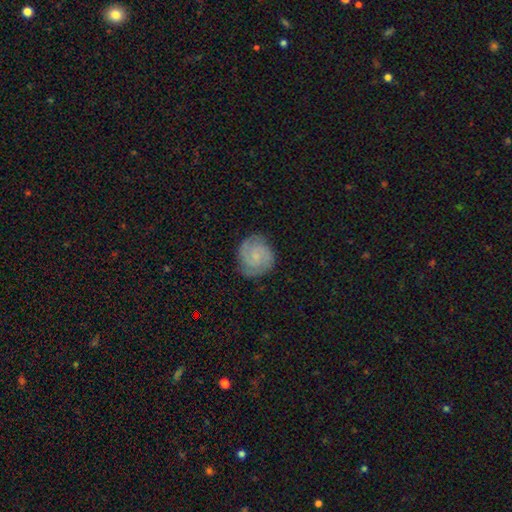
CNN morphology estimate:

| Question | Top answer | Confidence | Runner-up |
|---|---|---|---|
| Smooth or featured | featured or disk | 71% | smooth (22%) |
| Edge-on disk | no | 98% | yes (2%) |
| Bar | no | 64% | weak (32%) |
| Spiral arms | yes | 95% | no (5%) |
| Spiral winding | tight | 60% | medium (33%) |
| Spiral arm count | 2 | 43% | 3 (26%) |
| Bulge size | small | 66% | none (17%) |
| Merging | none | 80% | minor disturbance (15%) |